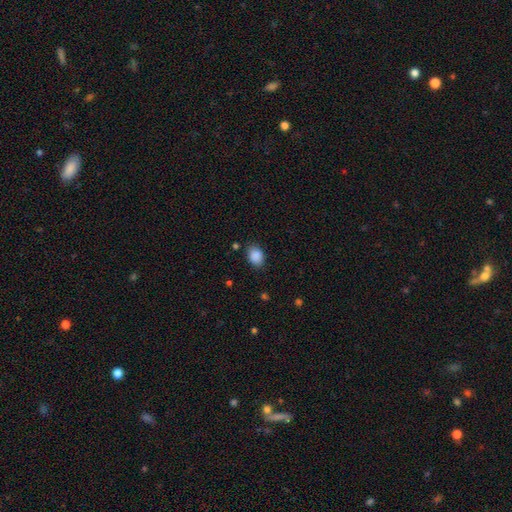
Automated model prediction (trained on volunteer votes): This appears to be a smooth galaxy with no disk features (88%) that is in between round and cigar-shaped (70%). Merging: none (80%).